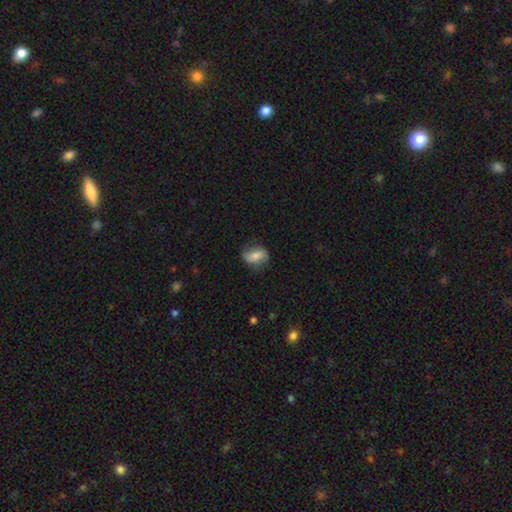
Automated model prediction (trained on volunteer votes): Smooth or featured? smooth (55%)
How rounded? in between (74%)
Merging? none (69%)